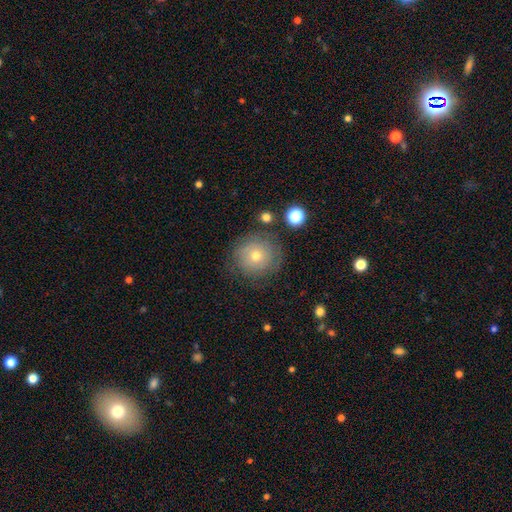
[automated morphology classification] Smooth or featured?
  - smooth: 52% *
  - featured or disk: 36%
  - star or artifact: 13%
How rounded?
  - round: 92% *
  - in between: 7%
  - cigar-shaped: 1%
Merging?
  - none: 77% *
  - minor disturbance: 14%
  - major disturbance: 6%
  - merger: 2%